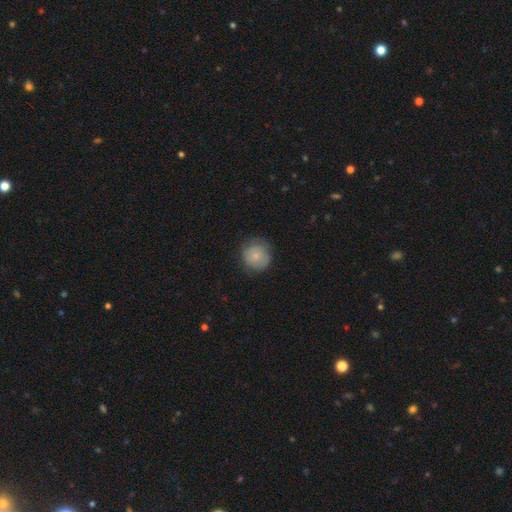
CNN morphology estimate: smooth_or_featured: smooth (p=0.74) [alt: featured or disk p=0.18]
how_rounded: round (p=0.90) [alt: in between p=0.09]
merging: none (p=0.74) [alt: minor disturbance p=0.19]